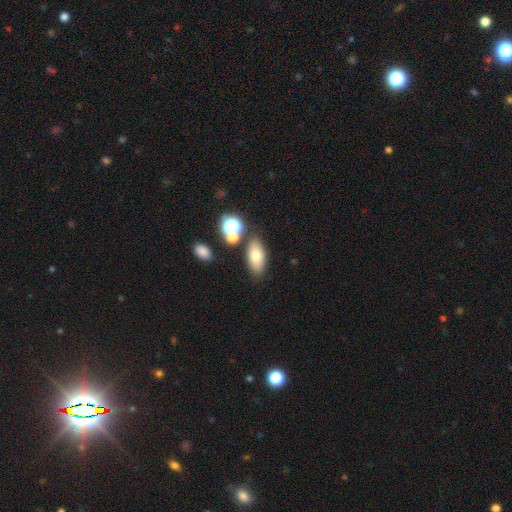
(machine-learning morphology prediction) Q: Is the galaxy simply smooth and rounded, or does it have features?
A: smooth — 74%.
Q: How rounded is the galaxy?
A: in between — 84%.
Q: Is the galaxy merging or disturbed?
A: none — 77%.